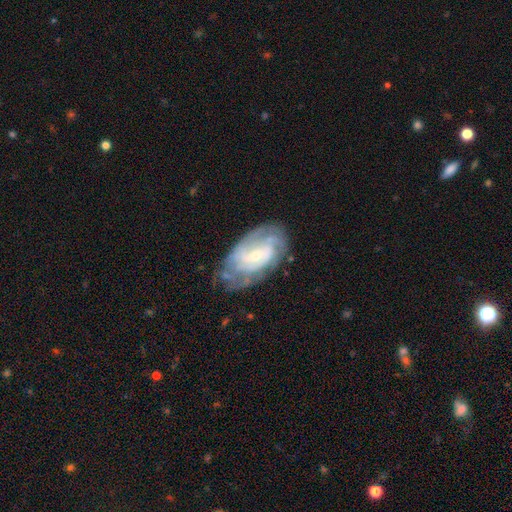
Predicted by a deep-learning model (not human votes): Q: Smooth or featured?
A: featured or disk (83%); runner-up: smooth (11%)
Q: Edge-on disk?
A: no (96%); runner-up: yes (4%)
Q: Bar?
A: weak (44%); runner-up: no (43%)
Q: Spiral arms?
A: yes (93%); runner-up: no (7%)
Q: Spiral winding?
A: tight (60%); runner-up: medium (31%)
Q: Spiral arm count?
A: can't tell (40%); runner-up: 2 (23%)
Q: Bulge size?
A: small (61%); runner-up: moderate (34%)
Q: Merging?
A: none (68%); runner-up: minor disturbance (22%)